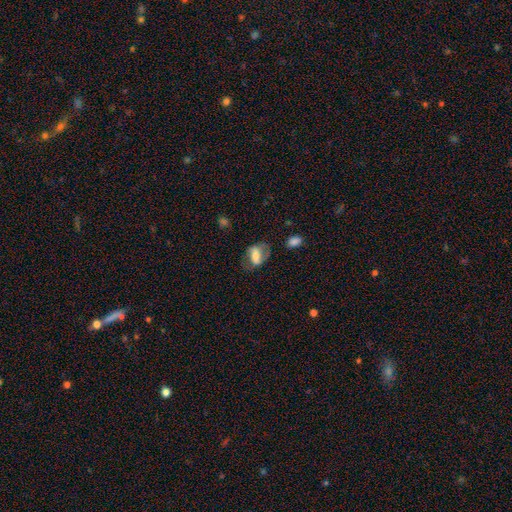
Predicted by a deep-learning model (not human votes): smooth-or-featured: smooth: 49% | featured or disk: 44% | star or artifact: 8%
  merging: none: 58% | minor disturbance: 23% | major disturbance: 16% | merger: 3%